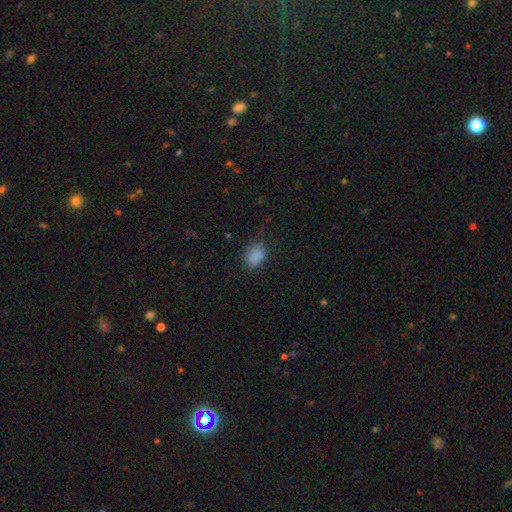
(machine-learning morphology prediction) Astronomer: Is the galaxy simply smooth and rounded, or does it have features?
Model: smooth — 85%.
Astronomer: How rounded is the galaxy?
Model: in between — 74%.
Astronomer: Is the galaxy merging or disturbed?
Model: none — 64%.